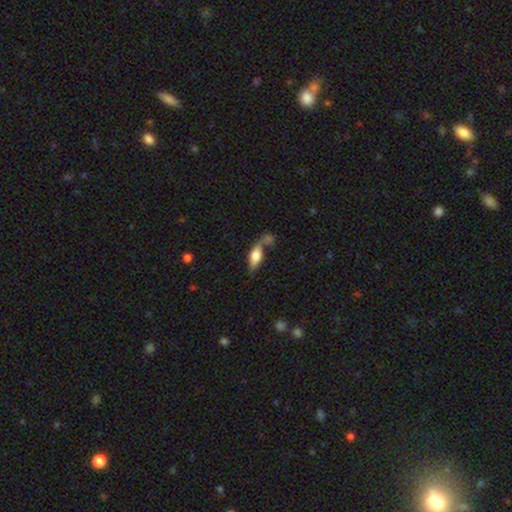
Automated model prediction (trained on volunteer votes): Smooth or featured? Predicted: smooth (p=0.63). How rounded? Predicted: in between (p=0.70). Merging? Predicted: none (p=0.47).